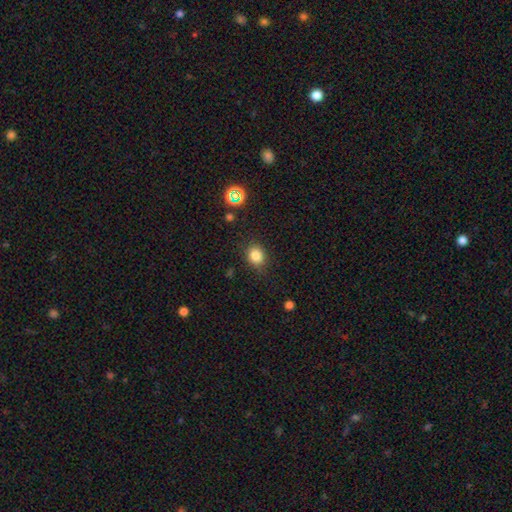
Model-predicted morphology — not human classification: A smooth galaxy with no disk features (82%) that is round (65%).

Vote fractions:
- Smooth or featured? smooth: 82% / star or artifact: 12% / featured or disk: 6%
- How rounded? round: 65% / in between: 35% / cigar-shaped: 1%
- Merging? none: 85% / minor disturbance: 11% / major disturbance: 3% / merger: 2%